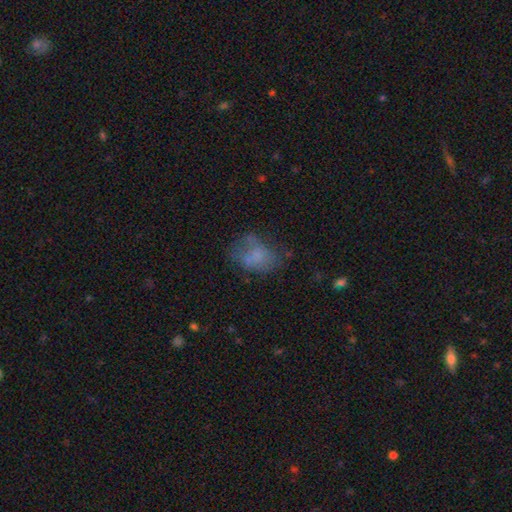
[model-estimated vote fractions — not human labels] A smooth galaxy with no disk features (59%) that is in between round and cigar-shaped (76%). Merging: none (41%).